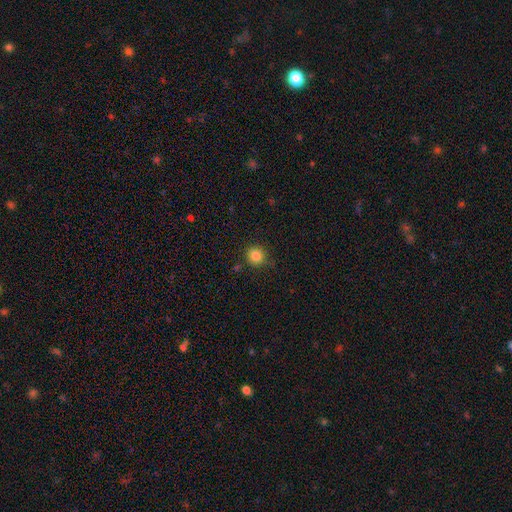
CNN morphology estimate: Smooth or featured?
  - smooth: 85% *
  - star or artifact: 11%
  - featured or disk: 4%
How rounded?
  - round: 85% *
  - in between: 14%
  - cigar-shaped: 1%
Merging?
  - none: 84% *
  - minor disturbance: 11%
  - major disturbance: 3%
  - merger: 2%